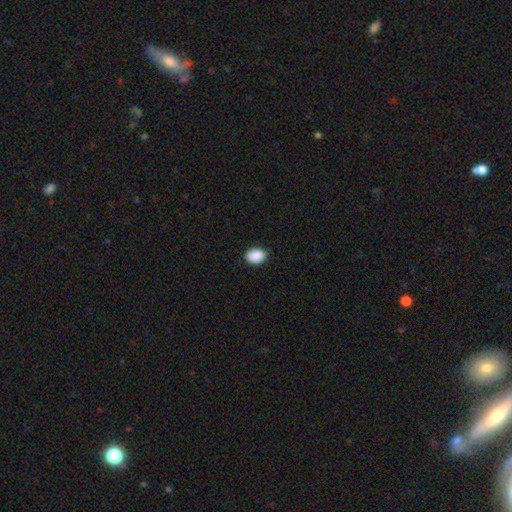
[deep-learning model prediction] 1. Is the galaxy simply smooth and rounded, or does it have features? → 90% smooth, 7% star or artifact, 3% featured or disk.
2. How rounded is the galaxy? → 66% in between, 33% round, 1% cigar-shaped.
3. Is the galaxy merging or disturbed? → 86% none, 11% minor disturbance, 2% major disturbance, 1% merger.